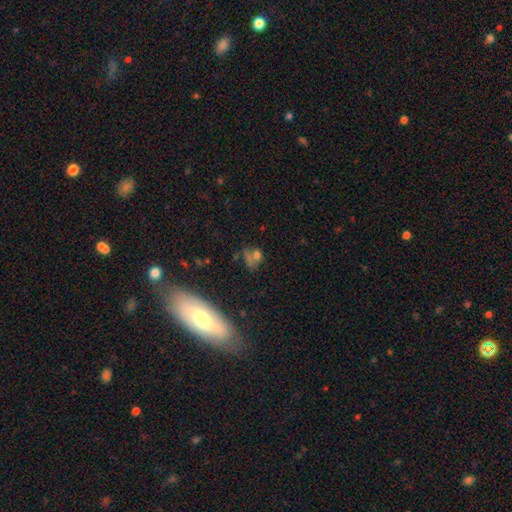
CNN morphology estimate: Q: Smooth or featured?
A: smooth (55%); runner-up: star or artifact (30%)
Q: How rounded?
A: round (49%); runner-up: in between (46%)
Q: Merging?
A: none (49%); runner-up: merger (19%)